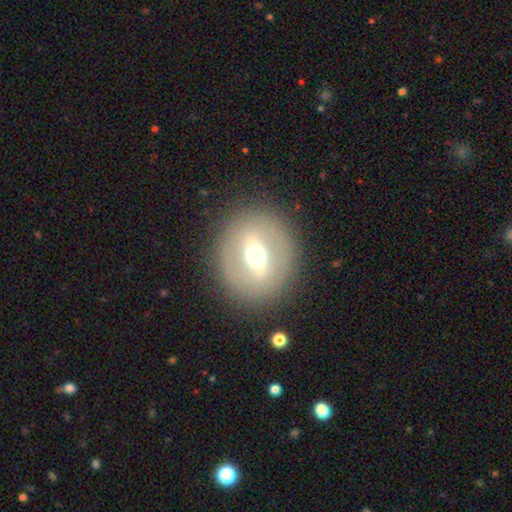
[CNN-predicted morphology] Overall: featured or disk (61%; smooth 31%). Edge-on disk: no (79%). Merging: none (87%).